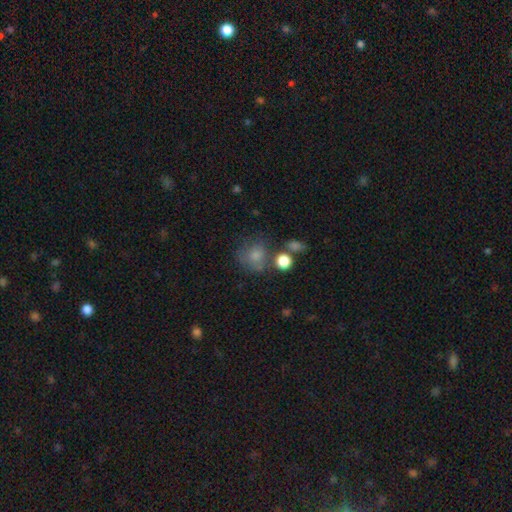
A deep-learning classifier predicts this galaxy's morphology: The model was most divided on "merging": none: 53%, minor disturbance: 20%, merger: 15%, major disturbance: 12%. More confident: how rounded — round (79%); smooth or featured — smooth (77%).